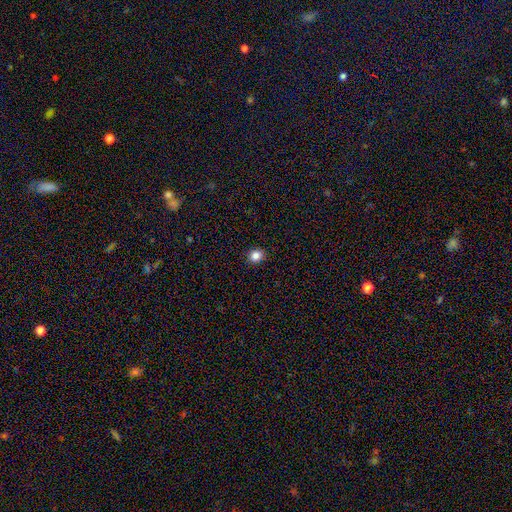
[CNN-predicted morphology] A smooth galaxy with no disk features (84%) that is round (78%).

Vote fractions:
- Smooth or featured? smooth: 84% / star or artifact: 12% / featured or disk: 4%
- How rounded? round: 78% / in between: 21% / cigar-shaped: 1%
- Merging? none: 92% / minor disturbance: 5% / major disturbance: 2% / merger: 1%